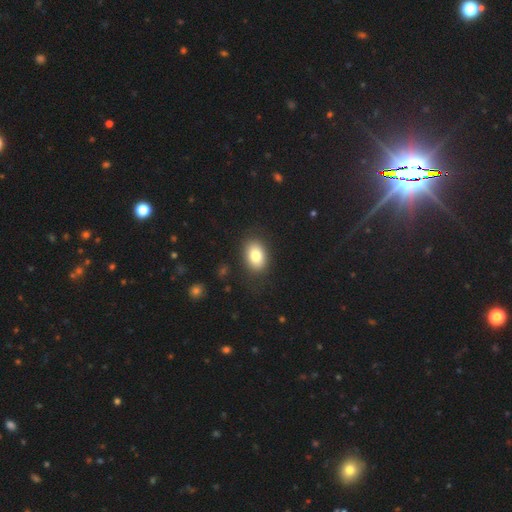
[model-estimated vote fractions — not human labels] Smooth or featured: smooth — 81% (featured or disk — 11%)
How rounded: in between — 82% (round — 17%)
Merging: none — 84% (minor disturbance — 10%)